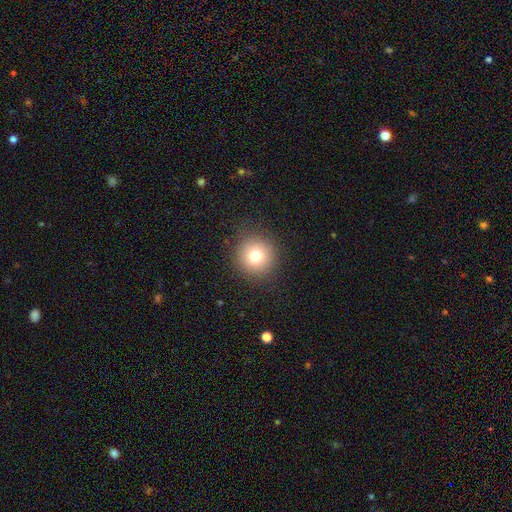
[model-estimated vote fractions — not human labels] Overall: smooth (77%). How rounded: round (95%). Merging: none (90%).